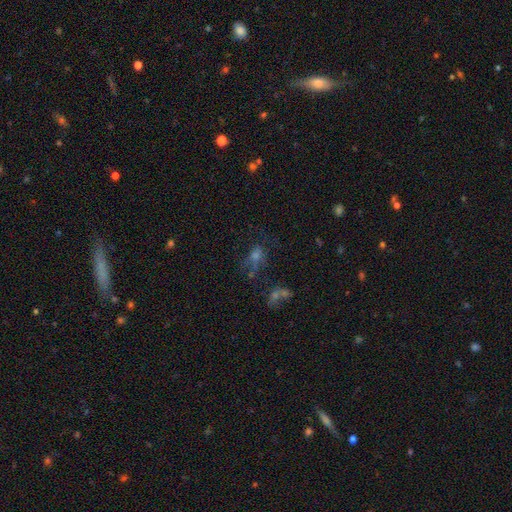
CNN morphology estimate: Smooth or featured? Predicted: smooth (p=0.39). Merging? Predicted: none (p=0.48).